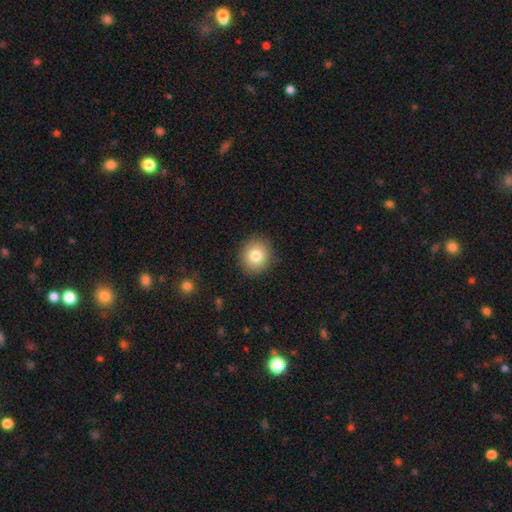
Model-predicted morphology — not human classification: Smooth or featured? smooth (80%)
How rounded? round (86%)
Merging? none (90%)